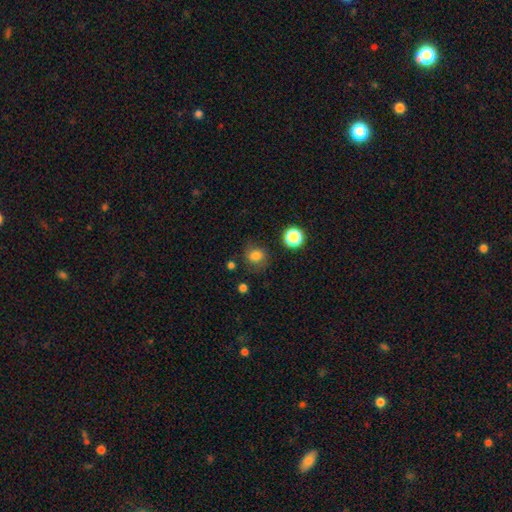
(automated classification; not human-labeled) smooth_or_featured: smooth (p=0.79) [alt: star or artifact p=0.13]
how_rounded: round (p=0.77) [alt: in between p=0.22]
merging: none (p=0.74) [alt: minor disturbance p=0.17]